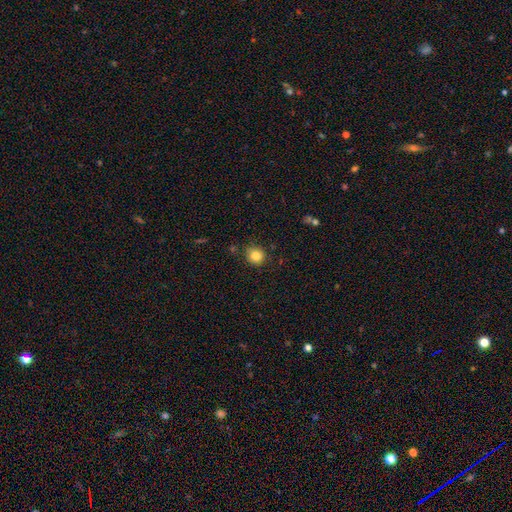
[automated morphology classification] Smooth or featured? Predicted: smooth (p=0.84). How rounded? Predicted: round (p=0.88). Merging? Predicted: none (p=0.85).